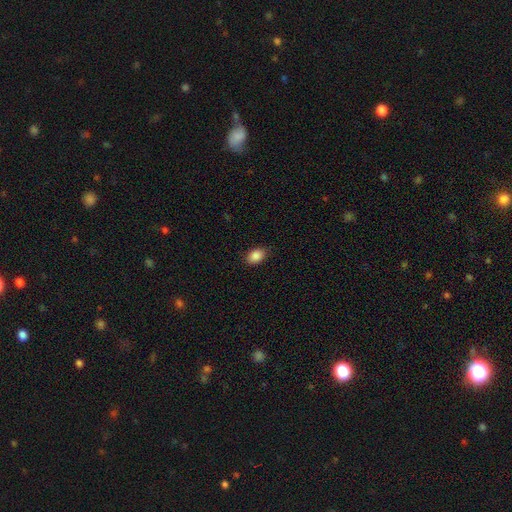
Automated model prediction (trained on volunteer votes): This appears to be a smooth galaxy with no disk features (88%) that is in between round and cigar-shaped (79%). Merging: none (87%).